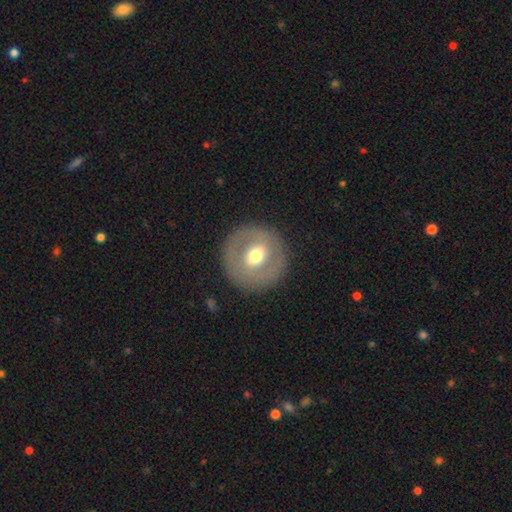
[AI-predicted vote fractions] Q: Smooth or featured?
A: smooth (48%); runner-up: featured or disk (45%)
Q: Merging?
A: none (87%); runner-up: minor disturbance (8%)